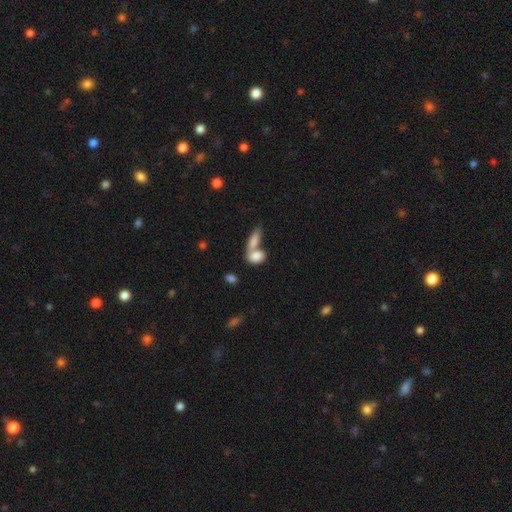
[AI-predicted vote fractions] This appears to be a smooth galaxy with no disk features (83%) that is in between round and cigar-shaped (83%). Merging: merger (61%).